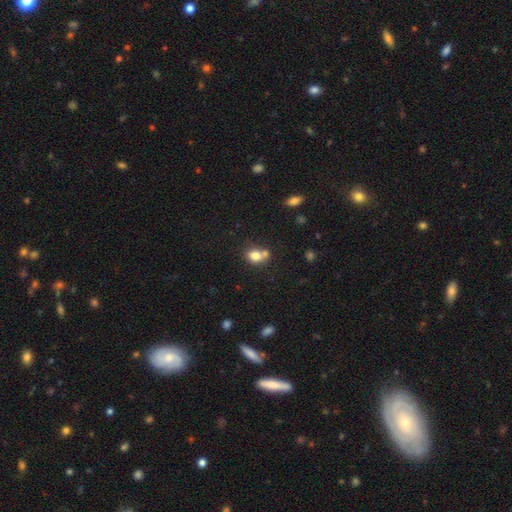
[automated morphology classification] The model was most divided on "merging": none: 42%, merger: 40%, minor disturbance: 13%, major disturbance: 5%. More confident: smooth or featured — smooth (79%); how rounded — in between (51%).